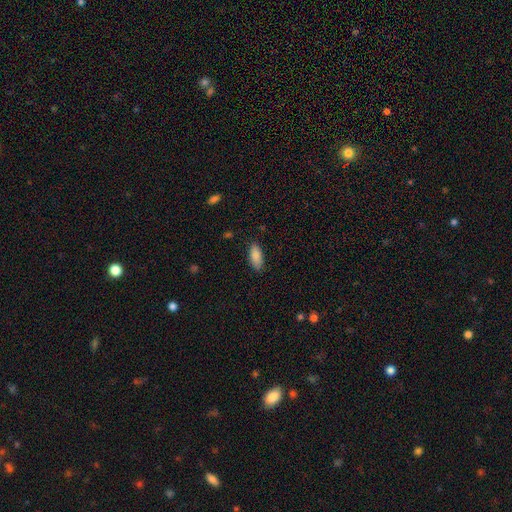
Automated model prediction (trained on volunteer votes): Smooth or featured? smooth (86%)
How rounded? in between (85%)
Merging? none (85%)